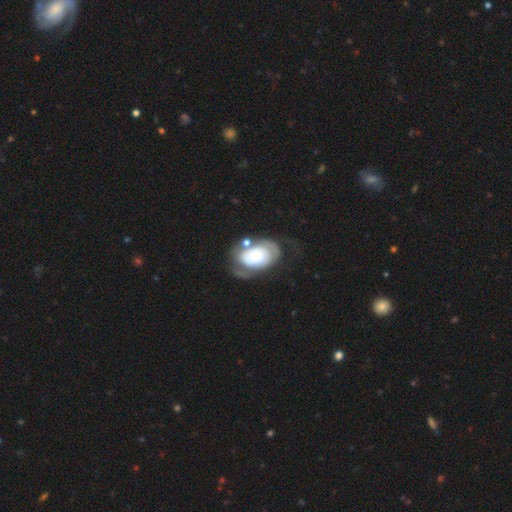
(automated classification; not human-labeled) A featured or disk galaxy (59%) with no bar (87%), no spiral arms (51%) and a moderate central bulge (45%). Merging: none (45%).